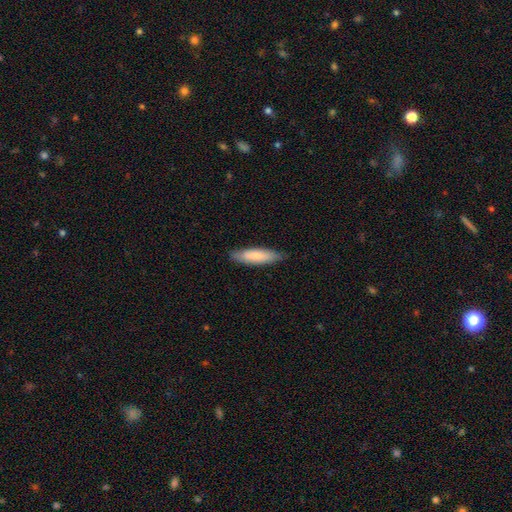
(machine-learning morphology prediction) Smooth or featured? Predicted: smooth (p=0.80). How rounded? Predicted: cigar-shaped (p=0.73). Merging? Predicted: none (p=0.84).